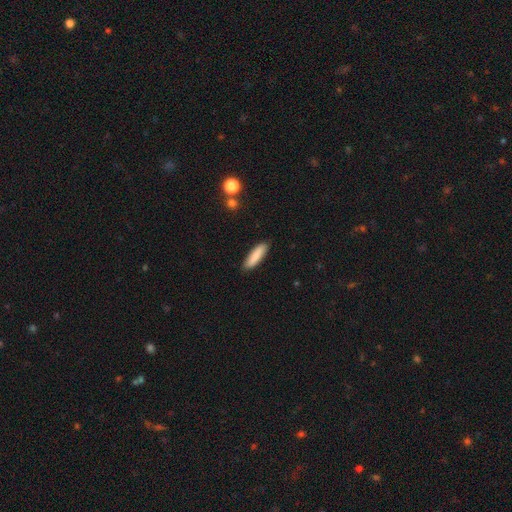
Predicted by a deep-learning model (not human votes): Smooth or featured?
  - smooth: 83% *
  - featured or disk: 11%
  - star or artifact: 6%
How rounded?
  - cigar-shaped: 67% *
  - in between: 31%
  - round: 2%
Merging?
  - none: 88% *
  - minor disturbance: 9%
  - major disturbance: 2%
  - merger: 1%